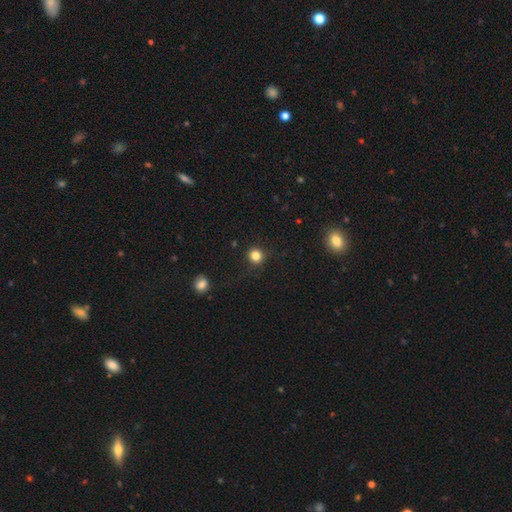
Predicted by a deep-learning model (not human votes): Smooth or featured? smooth (82%)
How rounded? round (91%)
Merging? none (87%)